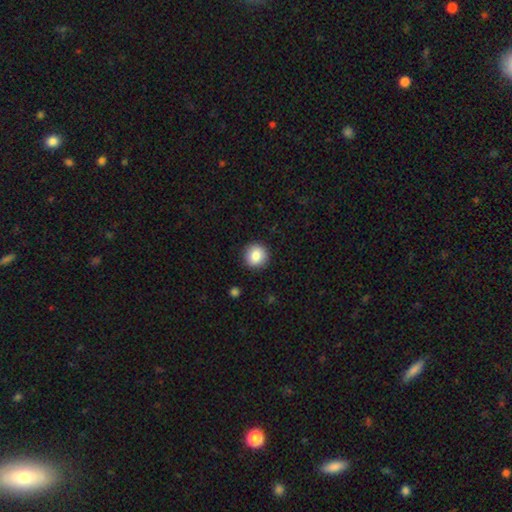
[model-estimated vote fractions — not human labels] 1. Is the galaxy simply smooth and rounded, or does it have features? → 85% smooth, 8% star or artifact, 7% featured or disk.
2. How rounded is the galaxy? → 93% round, 6% in between, 1% cigar-shaped.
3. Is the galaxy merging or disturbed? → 91% none, 6% minor disturbance, 2% major disturbance, 1% merger.